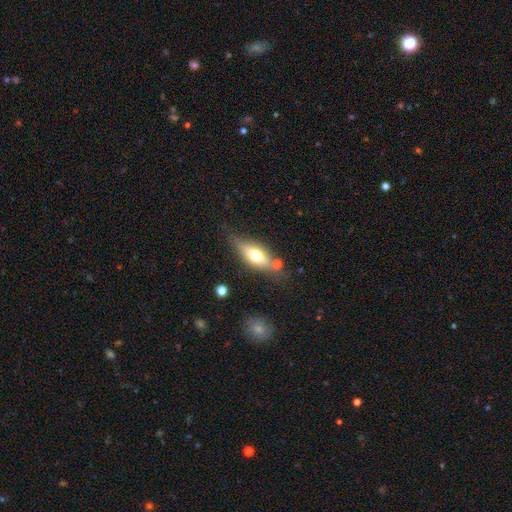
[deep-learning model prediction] Overall: smooth (56%; featured or disk 37%). How rounded: in between (67%; cigar-shaped 30%). Merging: none (70%).